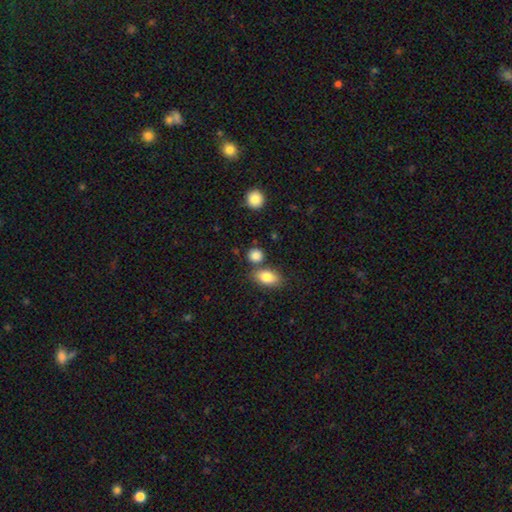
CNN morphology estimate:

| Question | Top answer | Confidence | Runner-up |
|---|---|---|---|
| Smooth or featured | smooth | 85% | star or artifact (9%) |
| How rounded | round | 68% | in between (30%) |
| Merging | none | 72% | merger (15%) |